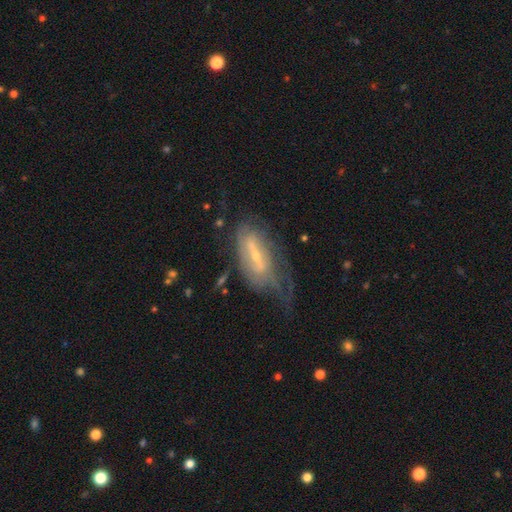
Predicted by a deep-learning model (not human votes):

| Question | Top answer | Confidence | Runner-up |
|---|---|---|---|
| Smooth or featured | featured or disk | 75% | smooth (17%) |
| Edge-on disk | no | 85% | yes (15%) |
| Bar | weak | 43% | strong (34%) |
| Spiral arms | yes | 78% | no (22%) |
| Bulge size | small | 64% | moderate (30%) |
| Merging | none | 43% | major disturbance (27%) |